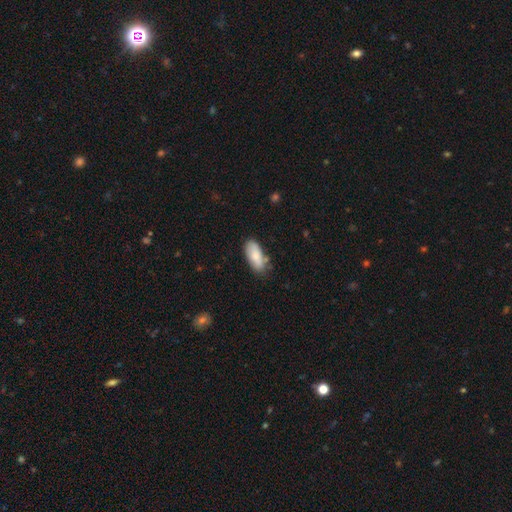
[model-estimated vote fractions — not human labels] A smooth galaxy with no disk features (83%) that is in between round and cigar-shaped (86%).

Vote fractions:
- Smooth or featured? smooth: 83% / featured or disk: 11% / star or artifact: 6%
- How rounded? in between: 86% / cigar-shaped: 12% / round: 2%
- Merging? none: 70% / minor disturbance: 22% / merger: 5% / major disturbance: 4%